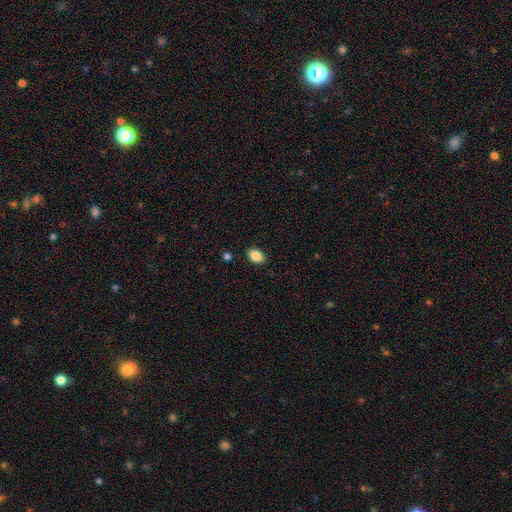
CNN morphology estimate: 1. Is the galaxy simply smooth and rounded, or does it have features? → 88% smooth, 8% star or artifact, 4% featured or disk.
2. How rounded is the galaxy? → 82% in between, 17% round, 1% cigar-shaped.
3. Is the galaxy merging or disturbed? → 87% none, 9% minor disturbance, 2% major disturbance, 1% merger.